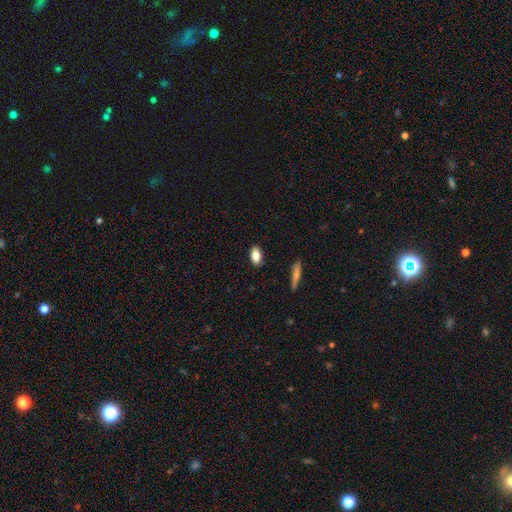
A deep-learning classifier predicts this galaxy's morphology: This appears to be a smooth galaxy with no disk features (83%) that is in between round and cigar-shaped (88%). Merging: none (87%).